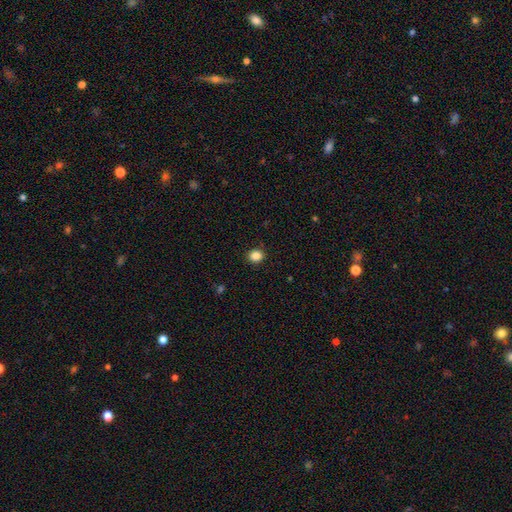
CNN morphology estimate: This appears to be a smooth galaxy with no disk features (86%) that is round (77%). Merging: none (90%).